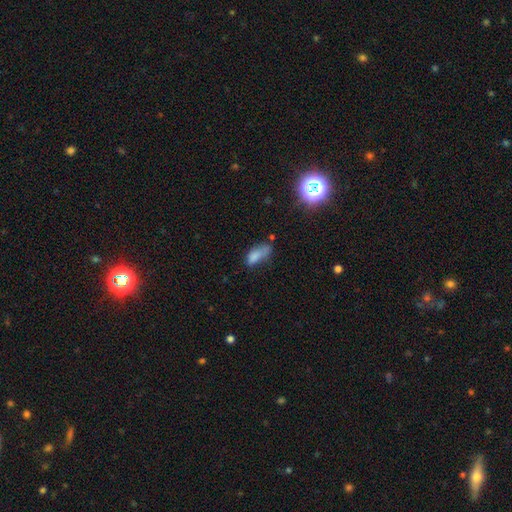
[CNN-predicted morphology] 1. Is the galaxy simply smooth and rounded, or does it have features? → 74% smooth, 13% star or artifact, 13% featured or disk.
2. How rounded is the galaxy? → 75% in between, 21% cigar-shaped, 4% round.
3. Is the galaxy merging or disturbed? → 33% minor disturbance (tied), 33% none (tied), 24% major disturbance, 10% merger.